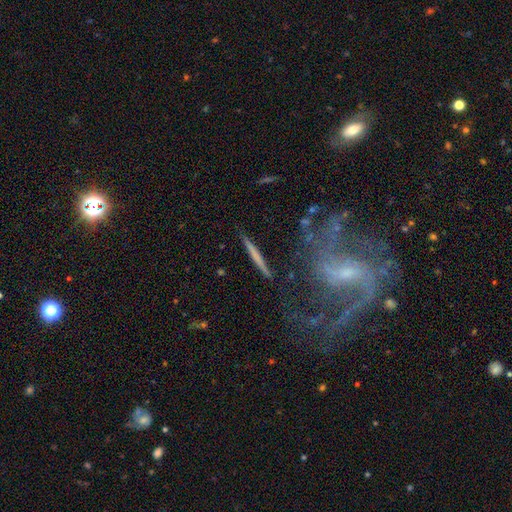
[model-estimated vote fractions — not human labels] smooth_or_featured: featured or disk (p=0.50) [alt: smooth p=0.42]
merging: none (p=0.85) [alt: minor disturbance p=0.09]